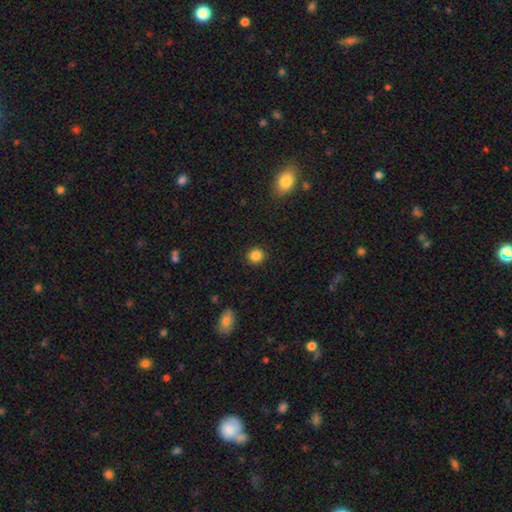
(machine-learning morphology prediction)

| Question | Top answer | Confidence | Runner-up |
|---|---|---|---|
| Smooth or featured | smooth | 86% | star or artifact (11%) |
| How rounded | round | 91% | in between (9%) |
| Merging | none | 91% | minor disturbance (6%) |